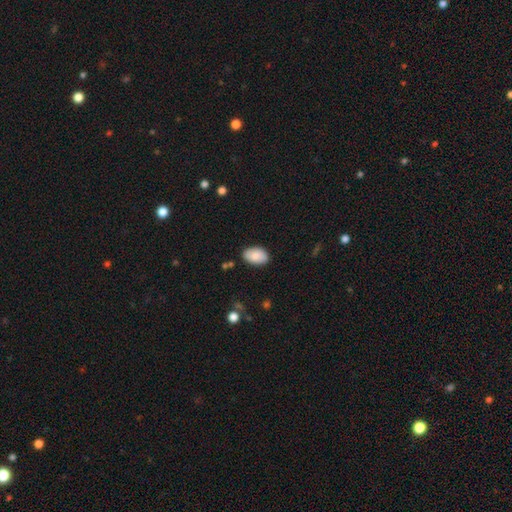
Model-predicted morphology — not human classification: smooth 81%, featured or disk 12%, star or artifact 6%. Down the decision tree: how rounded — in between (91%); merging — none (84%).